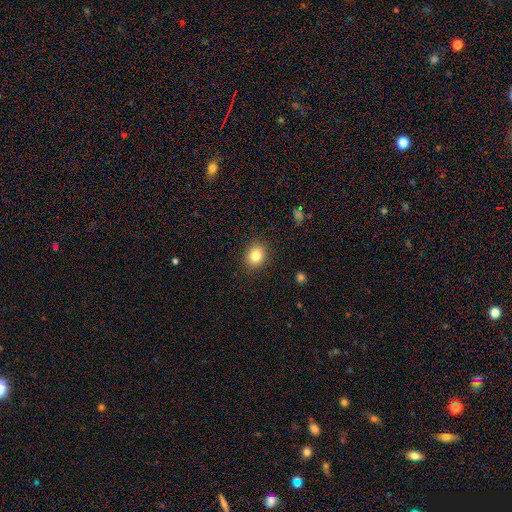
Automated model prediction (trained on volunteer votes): smooth 83%, star or artifact 10%, featured or disk 7%. Down the decision tree: how rounded — round (60%); merging — none (89%).